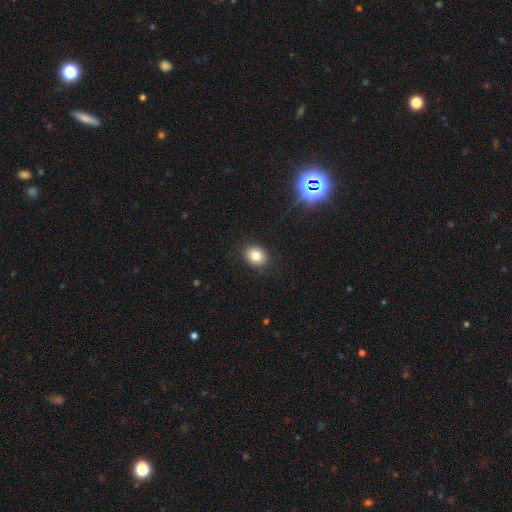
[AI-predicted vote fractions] This is clearly a smooth galaxy (81%). How rounded: possibly round (55%). Merging: clearly none (88%).